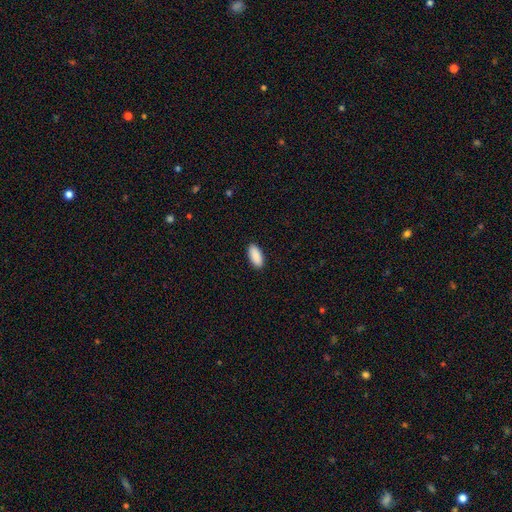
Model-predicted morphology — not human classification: This is clearly a smooth galaxy (91%). How rounded: clearly in between (90%). Merging: clearly none (91%).